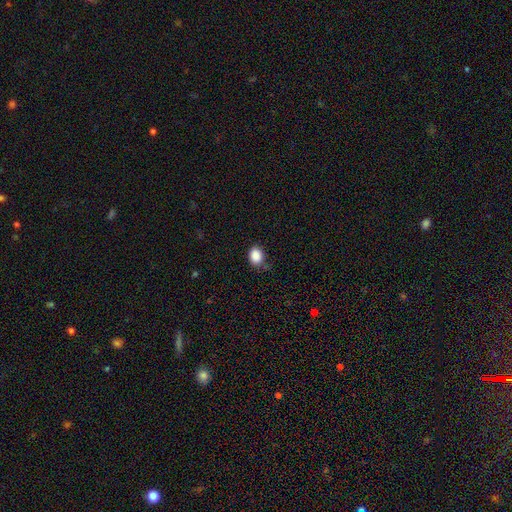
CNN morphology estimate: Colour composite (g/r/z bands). It shows a smooth galaxy with no disk features (88%) that is in between round and cigar-shaped (67%). Merging: none (70%).